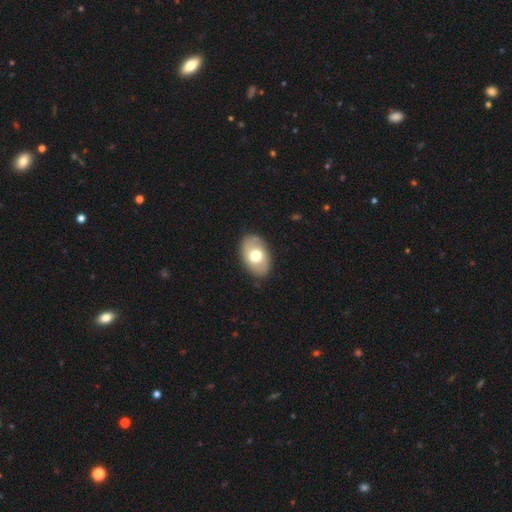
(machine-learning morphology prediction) A smooth galaxy with no disk features (66%) that is in between round and cigar-shaped (89%).

Vote fractions:
- Smooth or featured? smooth: 66% / featured or disk: 28% / star or artifact: 6%
- How rounded? in between: 89% / round: 10% / cigar-shaped: 1%
- Merging? none: 85% / minor disturbance: 12% / major disturbance: 3% / merger: 1%